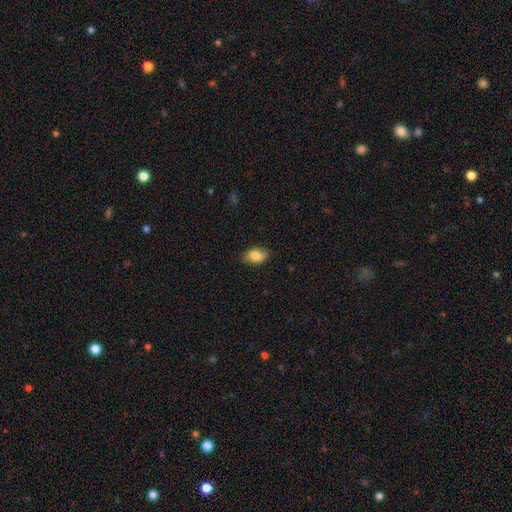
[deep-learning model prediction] Morphology: type=smooth (82%); roundness=in between (88%); merging=none (82%).